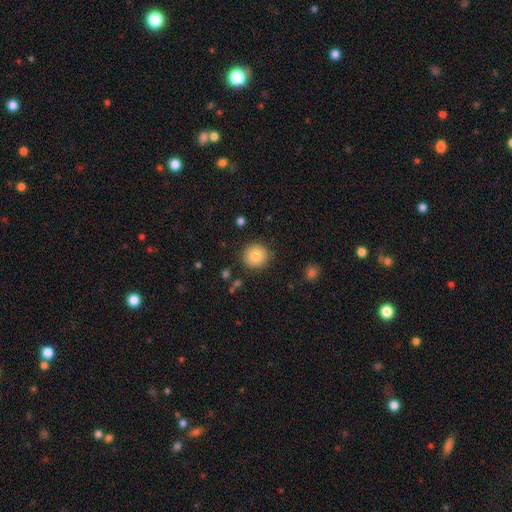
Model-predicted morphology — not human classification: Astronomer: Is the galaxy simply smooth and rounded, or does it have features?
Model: smooth — 86%.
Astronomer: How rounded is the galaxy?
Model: round — 88%.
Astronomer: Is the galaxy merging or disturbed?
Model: none — 86%.